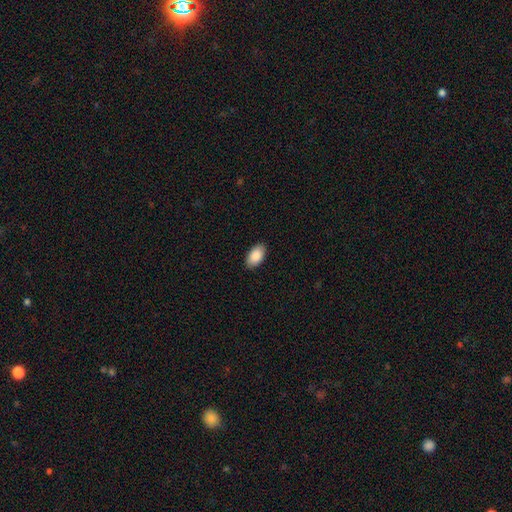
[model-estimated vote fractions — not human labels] This is clearly a smooth galaxy (89%). How rounded: clearly in between (95%). Merging: clearly none (89%).